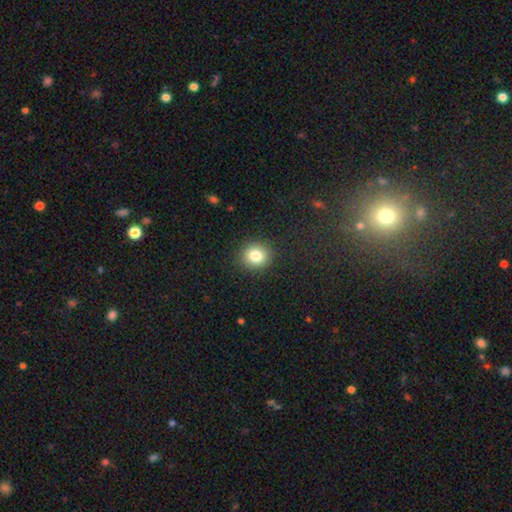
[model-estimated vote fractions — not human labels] Smooth or featured? smooth (82%)
How rounded? round (84%)
Merging? none (90%)